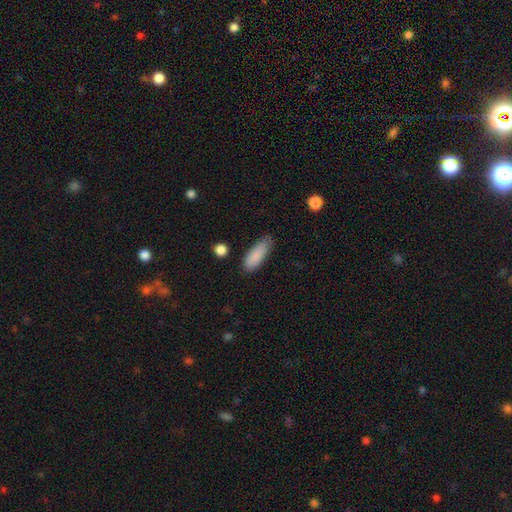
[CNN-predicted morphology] This is clearly a smooth galaxy (87%). How rounded: likely in between (64%). Merging: likely none (70%).